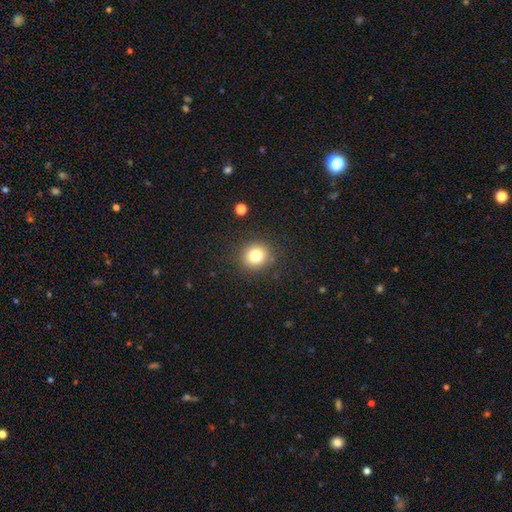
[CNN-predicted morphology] A smooth galaxy with no disk features (80%) that is round (88%). Merging: none (88%).